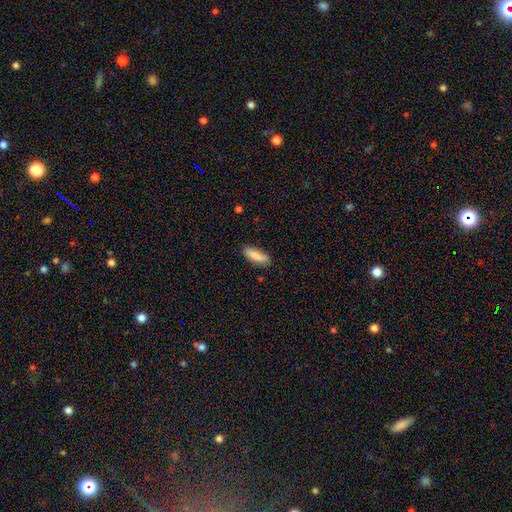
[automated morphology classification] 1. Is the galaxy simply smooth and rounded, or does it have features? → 85% smooth, 8% featured or disk, 7% star or artifact.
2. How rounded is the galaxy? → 50% cigar-shaped, 48% in between, 2% round.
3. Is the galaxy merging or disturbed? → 79% none, 16% minor disturbance, 3% major disturbance, 2% merger.